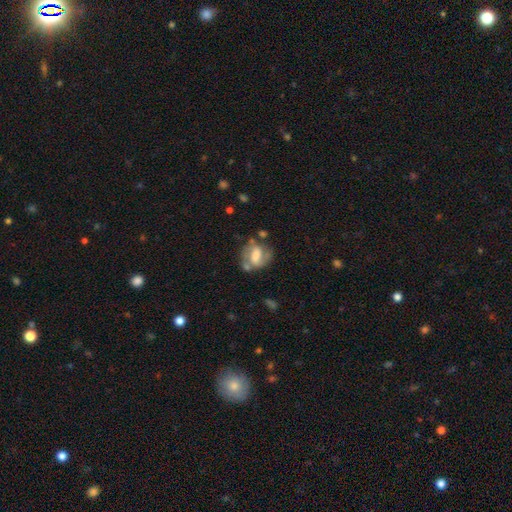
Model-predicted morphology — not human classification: The model was most divided on "smooth or featured": featured or disk: 48%, smooth: 44%, star or artifact: 8%. Remaining: merging — none (45%).